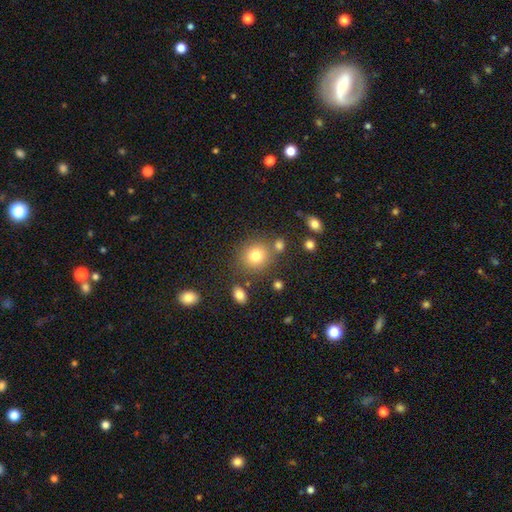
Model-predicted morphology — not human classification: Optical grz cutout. It shows a smooth galaxy with no disk features (78%) that is round (84%). Merging: none (76%).